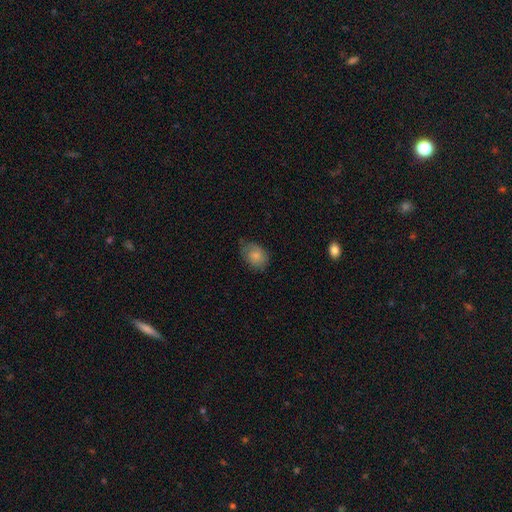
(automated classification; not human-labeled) This is likely a smooth galaxy (79%). How rounded: likely in between (67%). Merging: likely none (62%).